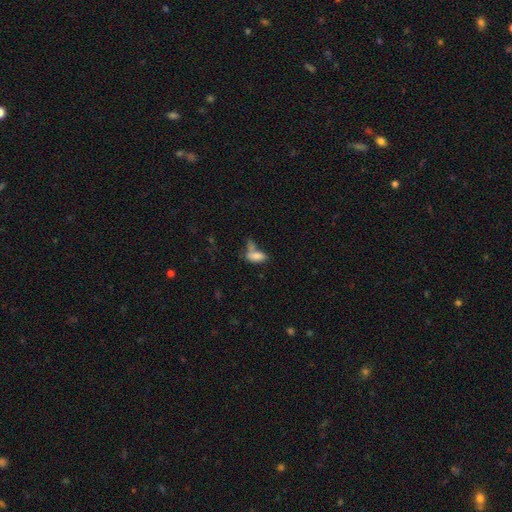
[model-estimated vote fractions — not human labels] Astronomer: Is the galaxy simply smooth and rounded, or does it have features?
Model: smooth — 79%.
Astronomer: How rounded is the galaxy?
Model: in between — 86%.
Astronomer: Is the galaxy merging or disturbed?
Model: merger — 37% (runner-up: none, 34%).